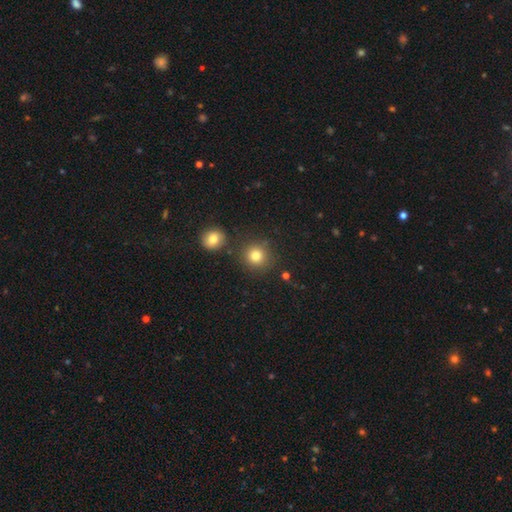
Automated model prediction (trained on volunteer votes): smooth-or-featured: smooth: 81% | star or artifact: 13% | featured or disk: 6%
  how-rounded: round: 92% | in between: 7% | cigar-shaped: 1%
  merging: none: 83% | minor disturbance: 8% | merger: 6% | major disturbance: 3%